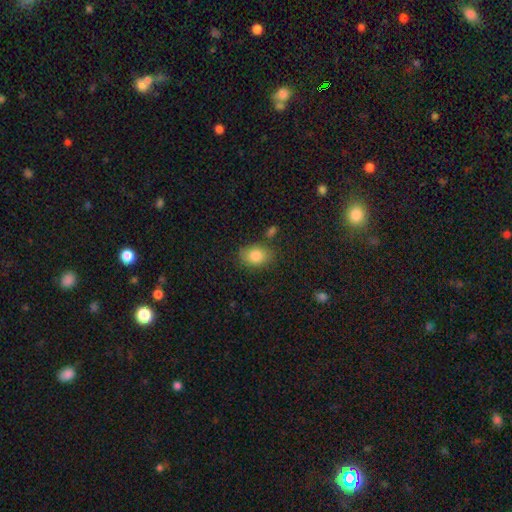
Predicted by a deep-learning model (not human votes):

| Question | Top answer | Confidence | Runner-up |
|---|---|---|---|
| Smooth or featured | smooth | 84% | star or artifact (8%) |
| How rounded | in between | 71% | round (28%) |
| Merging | none | 76% | minor disturbance (16%) |